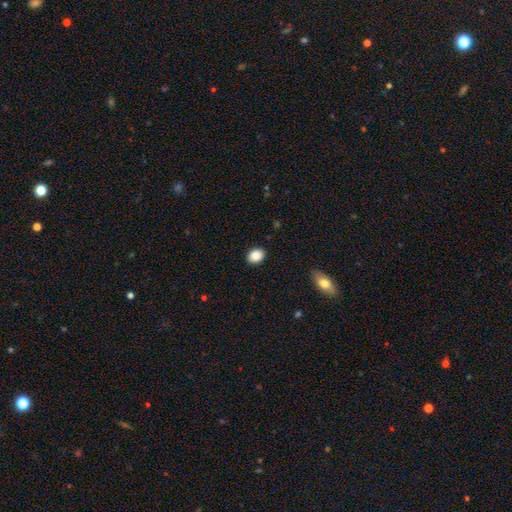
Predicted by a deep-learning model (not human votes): smooth-or-featured: smooth: 87% | star or artifact: 8% | featured or disk: 4%
  how-rounded: in between: 56% | round: 43% | cigar-shaped: 1%
  merging: none: 89% | minor disturbance: 8% | major disturbance: 2% | merger: 1%